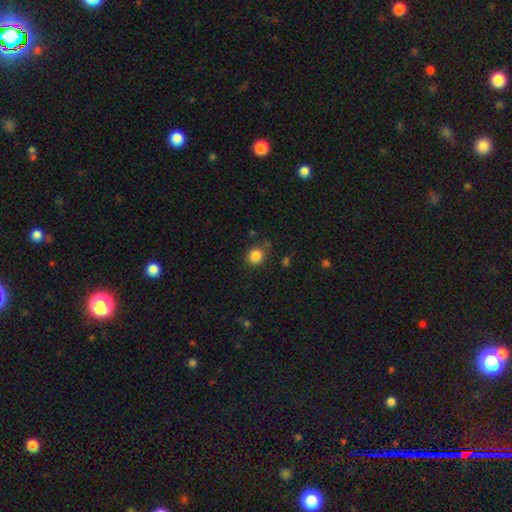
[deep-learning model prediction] This is clearly a smooth galaxy (85%). How rounded: clearly round (86%). Merging: likely none (78%).